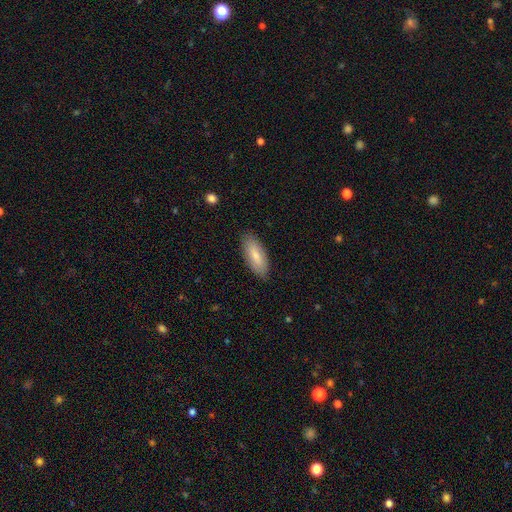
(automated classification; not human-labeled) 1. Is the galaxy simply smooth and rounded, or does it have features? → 78% smooth, 17% featured or disk, 6% star or artifact.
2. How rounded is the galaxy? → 76% in between, 22% cigar-shaped, 2% round.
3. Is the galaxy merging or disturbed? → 86% none, 10% minor disturbance, 2% major disturbance, 1% merger.